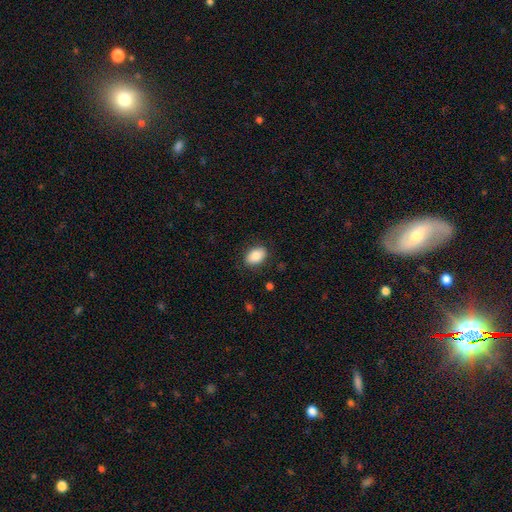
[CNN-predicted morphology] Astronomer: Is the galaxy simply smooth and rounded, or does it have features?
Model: smooth — 86%.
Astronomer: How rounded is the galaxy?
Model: in between — 86%.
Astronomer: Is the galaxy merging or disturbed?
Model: none — 85%.